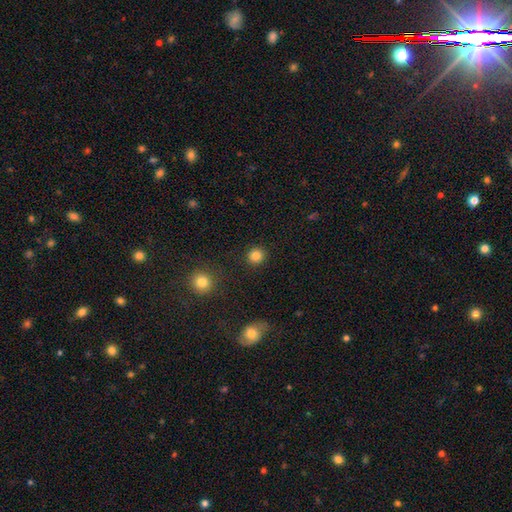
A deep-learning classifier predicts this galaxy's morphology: Smooth or featured? Predicted: smooth (p=0.84). How rounded? Predicted: round (p=0.93). Merging? Predicted: none (p=0.91).